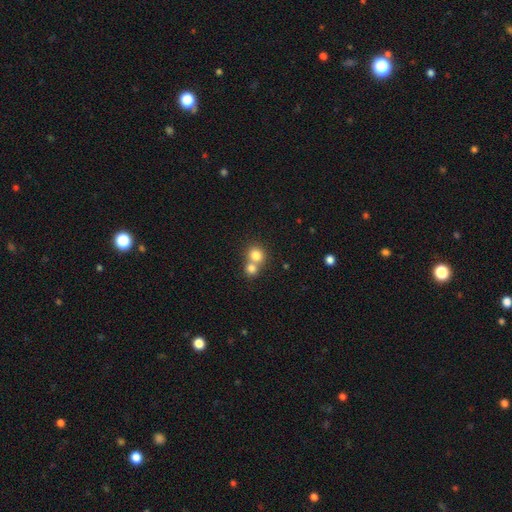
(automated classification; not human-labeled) A smooth galaxy with no disk features (79%) that is round (82%). Merging: merger (54%).